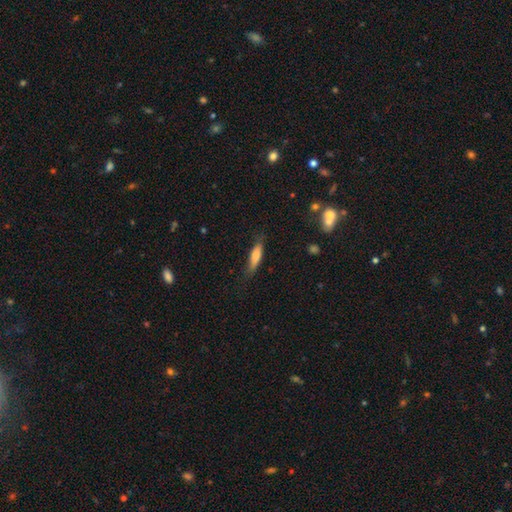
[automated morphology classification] This appears to be a smooth galaxy with no disk features (77%) that is cigar-shaped (63%). Merging: none (70%).